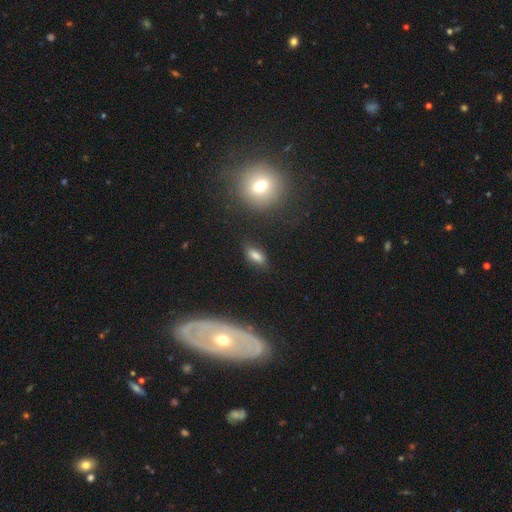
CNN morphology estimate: Q: Smooth or featured?
A: smooth (78%); runner-up: star or artifact (12%)
Q: How rounded?
A: in between (82%); runner-up: cigar-shaped (13%)
Q: Merging?
A: none (77%); runner-up: minor disturbance (16%)